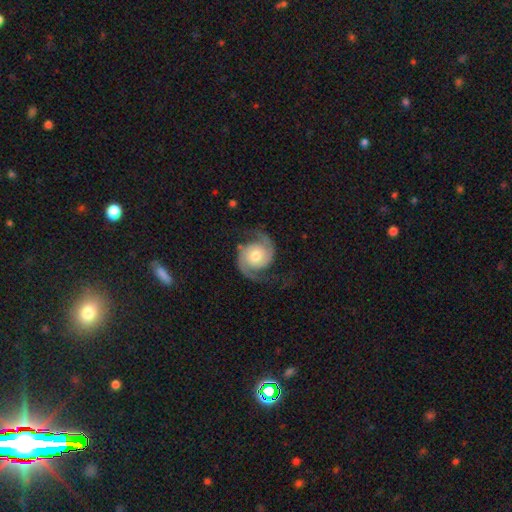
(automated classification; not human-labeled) Overall: featured or disk (90%). Edge-on disk: no (98%). Bar: no (72%). Spiral arms: yes (98%). Spiral arm count: 2 (94%). Spiral winding: medium (51%; tight 27%). Bulge size: moderate (63%; small 25%). Merging: none (77%).